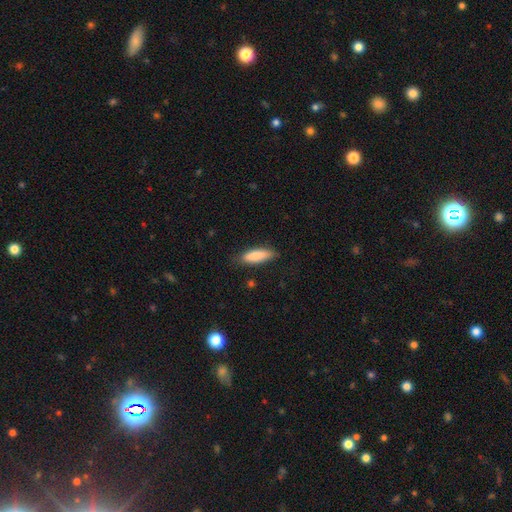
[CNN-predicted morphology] The model was most divided on "how rounded": cigar-shaped: 55%, in between: 43%, round: 2%. More confident: smooth or featured — smooth (83%); merging — none (82%).